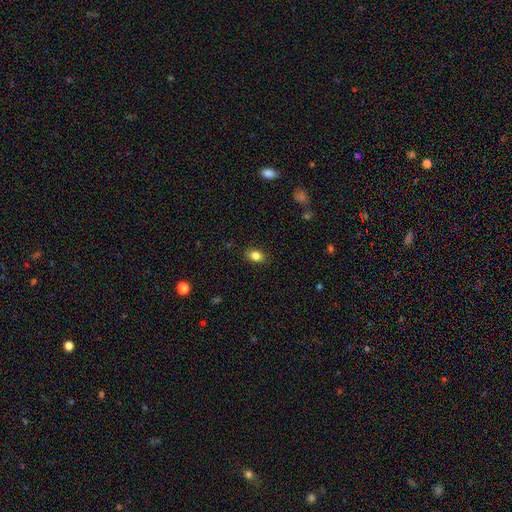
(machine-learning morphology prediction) smooth-or-featured: smooth: 85% | star or artifact: 10% | featured or disk: 6%
  how-rounded: in between: 75% | round: 24% | cigar-shaped: 1%
  merging: none: 86% | minor disturbance: 10% | major disturbance: 3% | merger: 1%